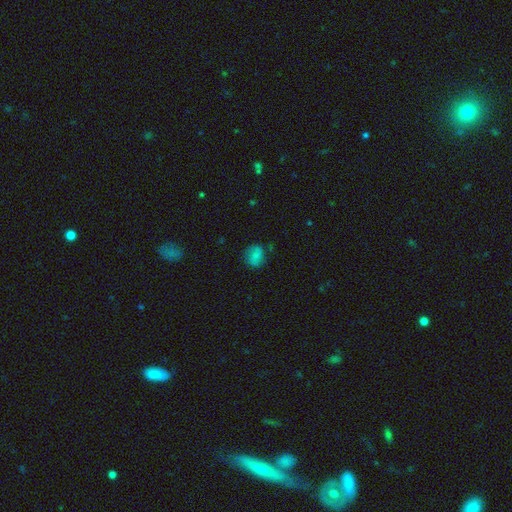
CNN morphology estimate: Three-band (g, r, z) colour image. It shows a smooth galaxy with no disk features (61%) that is round (70%). Merging: none (72%).